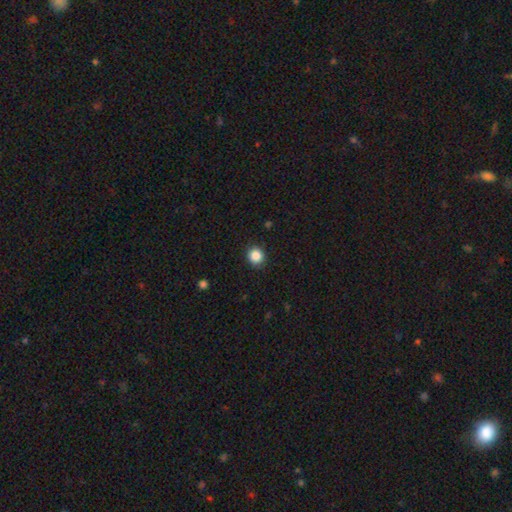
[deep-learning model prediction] Smooth or featured? smooth (86%)
How rounded? round (87%)
Merging? none (91%)